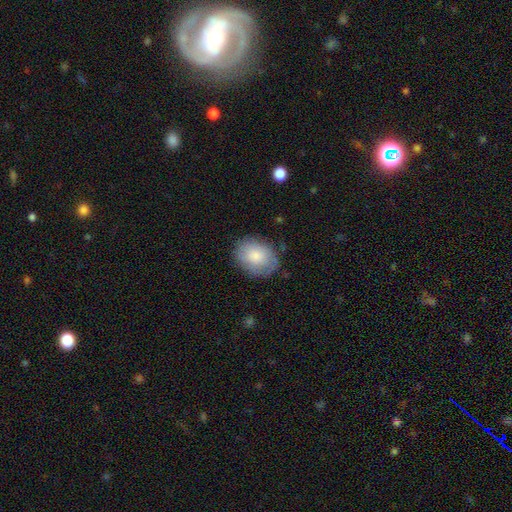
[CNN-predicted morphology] Smooth or featured? Predicted: smooth (p=0.79). How rounded? Predicted: in between (p=0.70). Merging? Predicted: none (p=0.76).